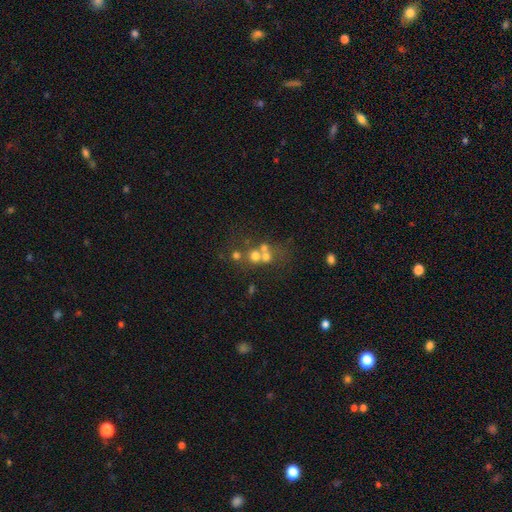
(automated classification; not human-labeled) Q: Smooth or featured?
A: smooth (53%); runner-up: featured or disk (27%)
Q: How rounded?
A: round (81%); runner-up: in between (18%)
Q: Merging?
A: merger (51%); runner-up: none (36%)